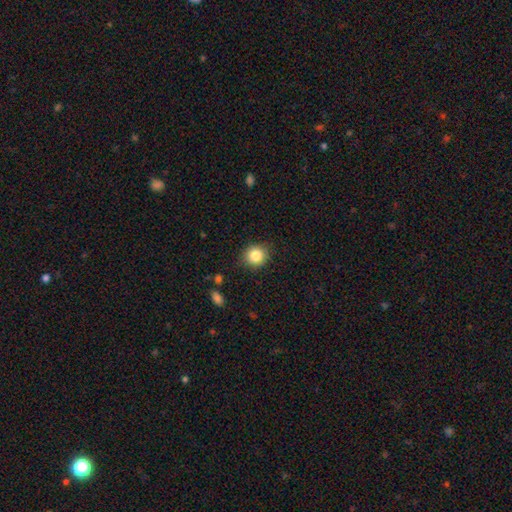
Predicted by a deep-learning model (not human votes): Smooth or featured? Predicted: smooth (p=0.84). How rounded? Predicted: round (p=0.84). Merging? Predicted: none (p=0.85).